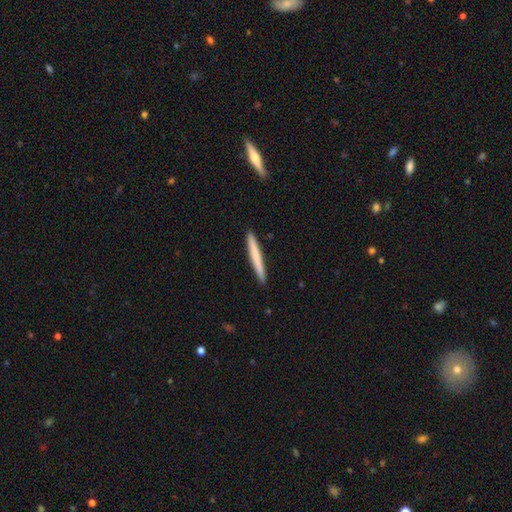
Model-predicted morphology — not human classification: Smooth or featured: smooth — 67% (featured or disk — 27%)
How rounded: cigar-shaped — 97% (in between — 2%)
Merging: none — 92% (minor disturbance — 5%)